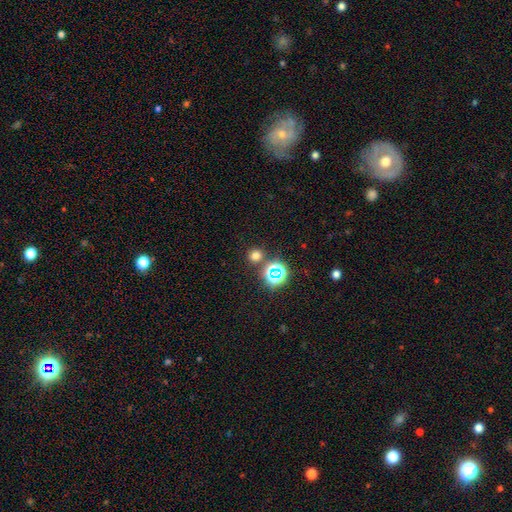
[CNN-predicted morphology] Smooth or featured? Predicted: smooth (p=0.68). How rounded? Predicted: round (p=0.88). Merging? Predicted: none (p=0.82).